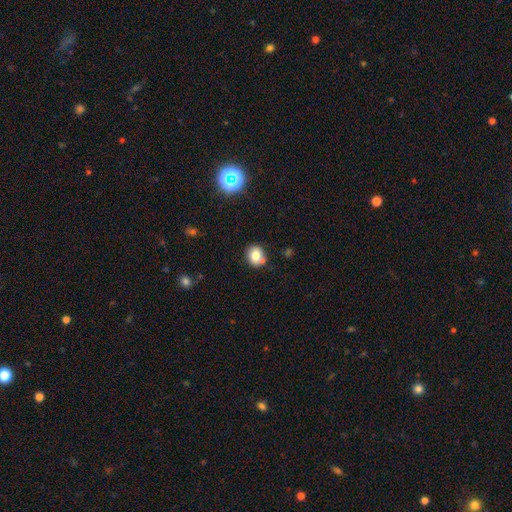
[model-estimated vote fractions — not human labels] A smooth galaxy with no disk features (78%) that is round (71%). Merging: none (72%).